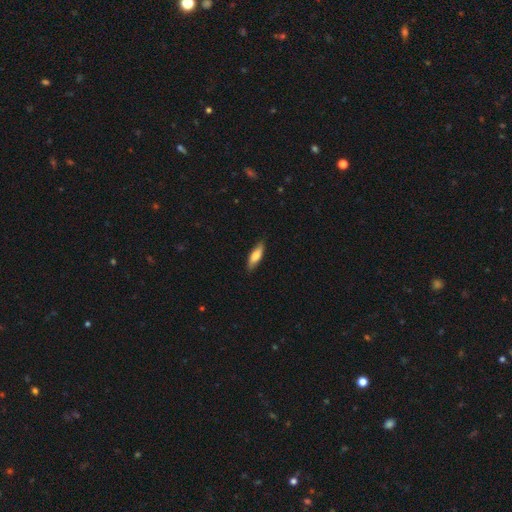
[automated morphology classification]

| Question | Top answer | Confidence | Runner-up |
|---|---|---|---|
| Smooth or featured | smooth | 72% | featured or disk (22%) |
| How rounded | cigar-shaped | 53% | in between (45%) |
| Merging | none | 85% | minor disturbance (12%) |